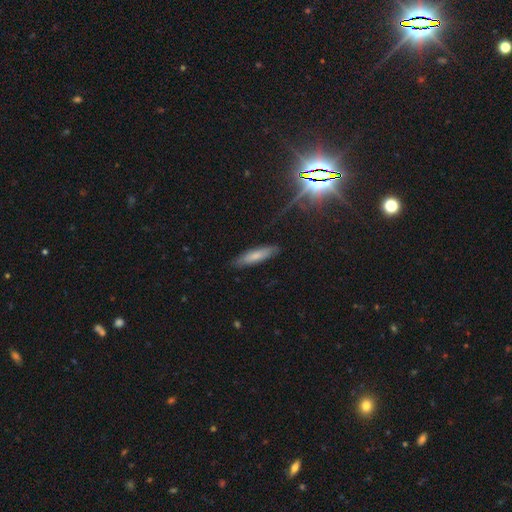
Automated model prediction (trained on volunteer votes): Smooth or featured: smooth — 67% (featured or disk — 24%)
How rounded: cigar-shaped — 68% (in between — 31%)
Merging: none — 83% (minor disturbance — 13%)